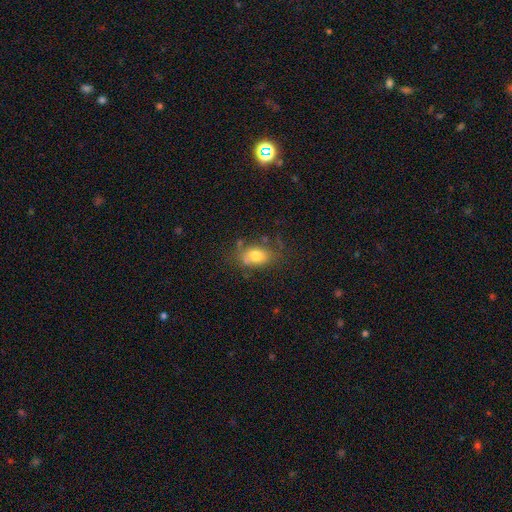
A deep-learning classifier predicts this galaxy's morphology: A smooth galaxy with no disk features (74%) that is in between round and cigar-shaped (75%). Merging: none (59%).